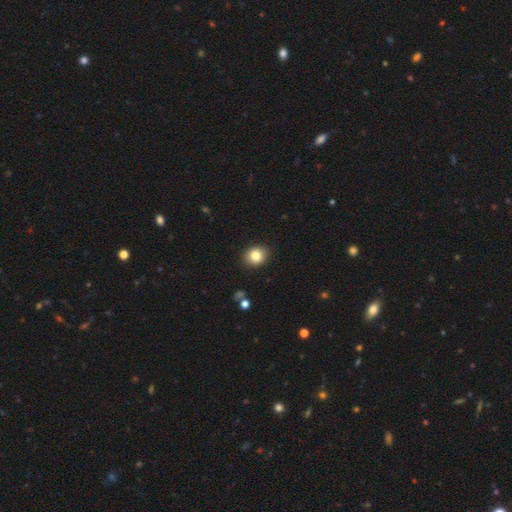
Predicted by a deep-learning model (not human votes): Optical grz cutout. It shows a smooth galaxy with no disk features (82%) that is round (63%). Merging: none (89%).